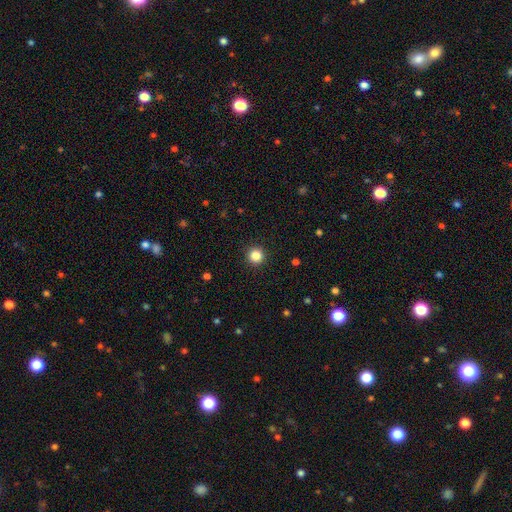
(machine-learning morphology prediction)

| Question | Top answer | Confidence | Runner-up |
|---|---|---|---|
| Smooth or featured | smooth | 84% | star or artifact (12%) |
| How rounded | round | 96% | in between (3%) |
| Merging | none | 93% | minor disturbance (4%) |